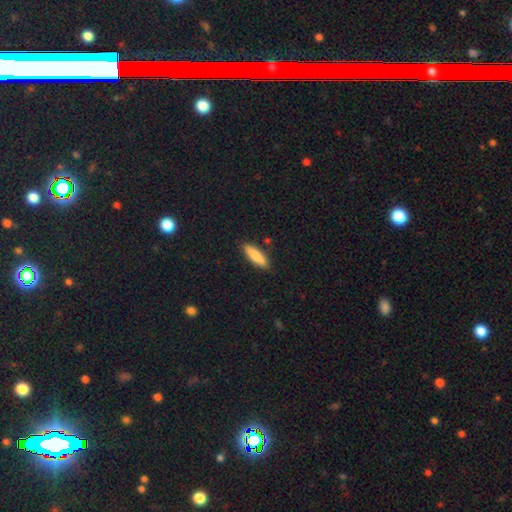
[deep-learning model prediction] Smooth or featured: smooth — 82% (featured or disk — 12%)
How rounded: cigar-shaped — 62% (in between — 36%)
Merging: none — 87% (minor disturbance — 9%)